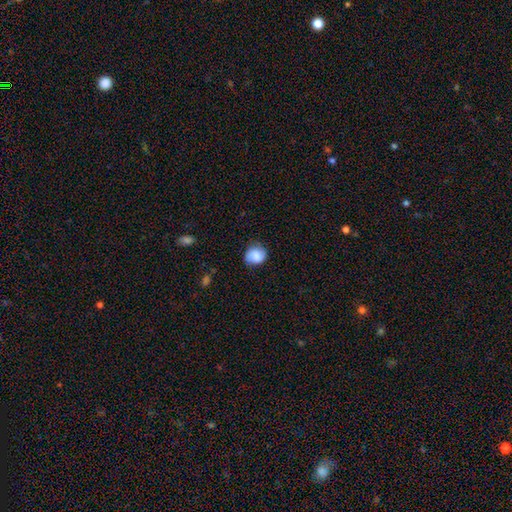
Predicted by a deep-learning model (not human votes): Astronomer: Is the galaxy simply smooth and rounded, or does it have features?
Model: smooth — 75%.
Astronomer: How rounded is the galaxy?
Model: round — 75%.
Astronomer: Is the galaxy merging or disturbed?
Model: none — 69%.